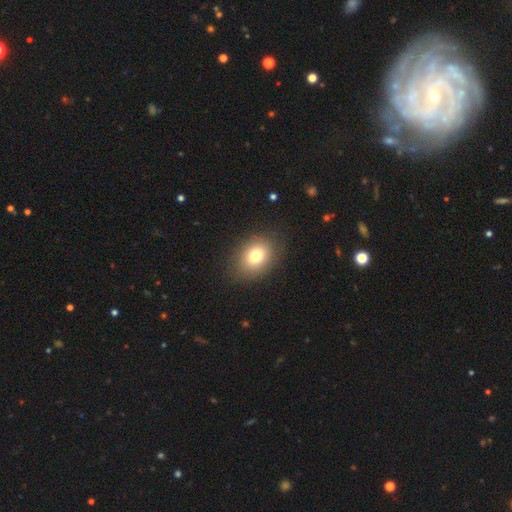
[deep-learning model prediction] Smooth or featured? smooth (78%)
How rounded? in between (66%)
Merging? none (83%)